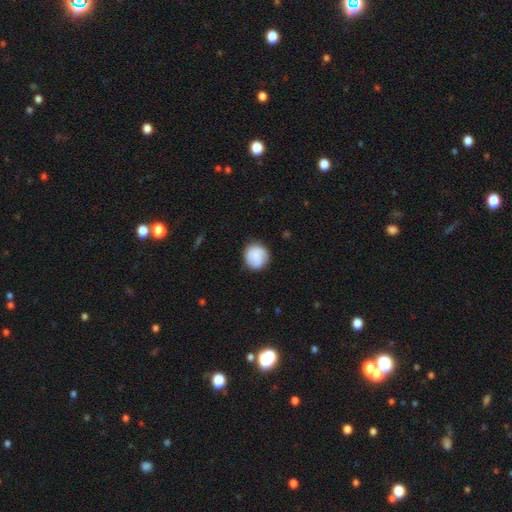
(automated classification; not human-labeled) Smooth or featured? Predicted: smooth (p=0.83). How rounded? Predicted: round (p=0.88). Merging? Predicted: none (p=0.80).